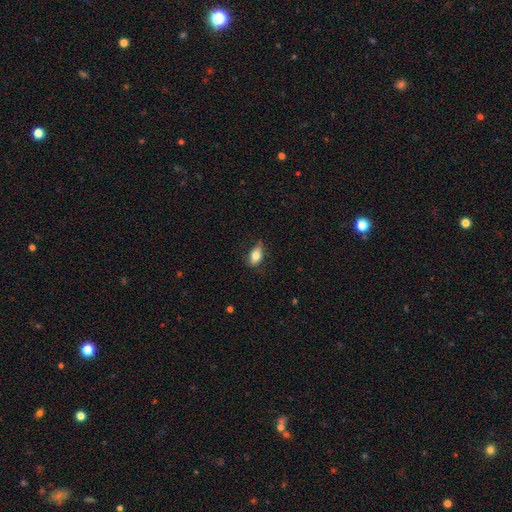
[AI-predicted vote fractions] The model was most divided on "merging": none: 66%, minor disturbance: 27%, major disturbance: 6%, merger: 1%. More confident: how rounded — in between (87%); smooth or featured — smooth (77%).